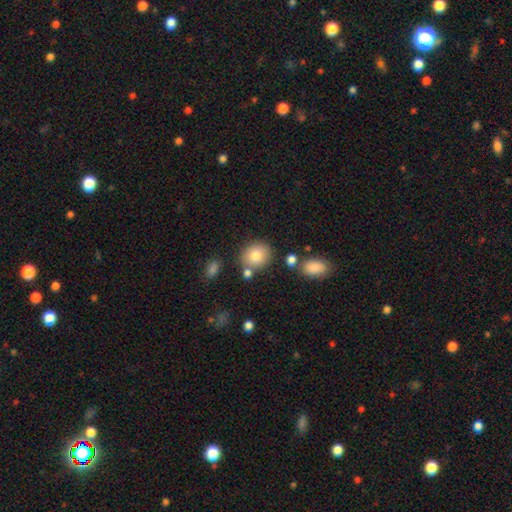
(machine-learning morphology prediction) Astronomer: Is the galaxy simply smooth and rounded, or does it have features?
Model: smooth — 79%.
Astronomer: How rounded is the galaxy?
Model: round — 71%.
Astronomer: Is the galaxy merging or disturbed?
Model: none — 74%.